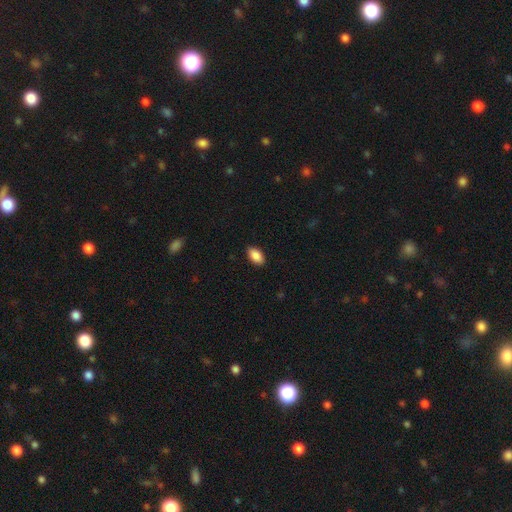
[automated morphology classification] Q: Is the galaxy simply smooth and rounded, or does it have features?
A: smooth — 89%.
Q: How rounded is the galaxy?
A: in between — 94%.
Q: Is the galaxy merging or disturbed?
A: none — 89%.